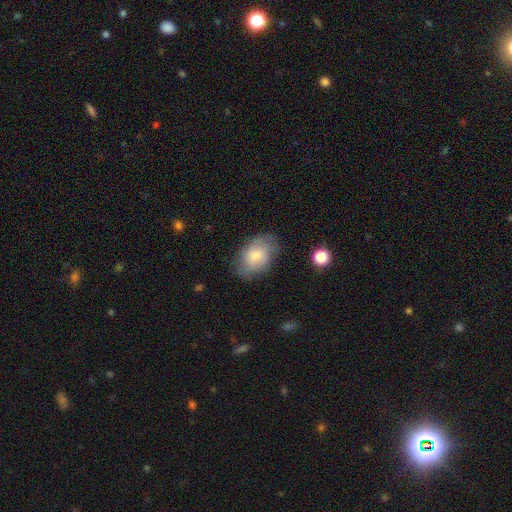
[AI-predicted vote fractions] Q: Smooth or featured?
A: smooth (73%); runner-up: featured or disk (20%)
Q: How rounded?
A: in between (84%); runner-up: round (15%)
Q: Merging?
A: none (71%); runner-up: minor disturbance (21%)